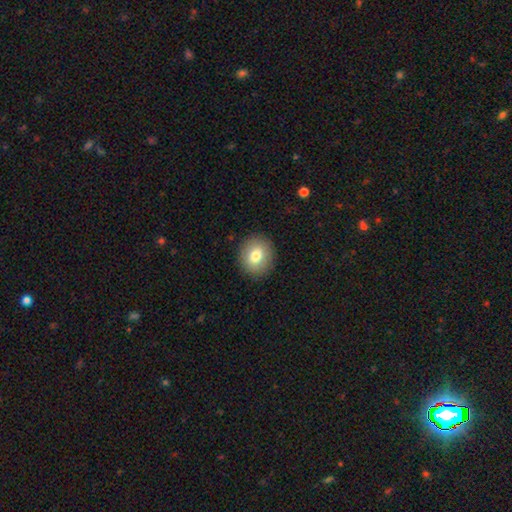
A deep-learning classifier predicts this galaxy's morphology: Smooth or featured: smooth — 79% (featured or disk — 13%)
How rounded: round — 70% (in between — 29%)
Merging: none — 89% (minor disturbance — 7%)